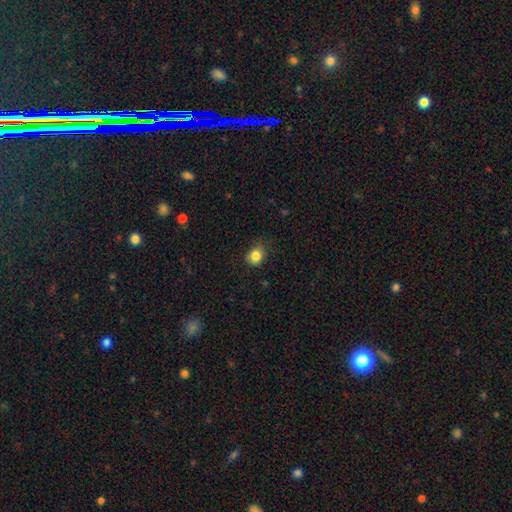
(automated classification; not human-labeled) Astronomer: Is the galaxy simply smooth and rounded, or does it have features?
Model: smooth — 84%.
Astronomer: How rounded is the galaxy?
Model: round — 67%.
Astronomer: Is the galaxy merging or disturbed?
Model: none — 73%.